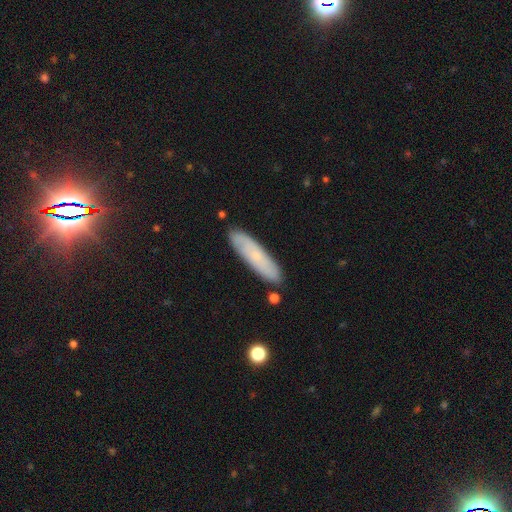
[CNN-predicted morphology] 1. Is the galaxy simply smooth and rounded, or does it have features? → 58% smooth, 35% featured or disk, 7% star or artifact.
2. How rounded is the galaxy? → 74% cigar-shaped, 25% in between, 2% round.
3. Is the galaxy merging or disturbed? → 85% none, 11% minor disturbance, 2% merger, 2% major disturbance.